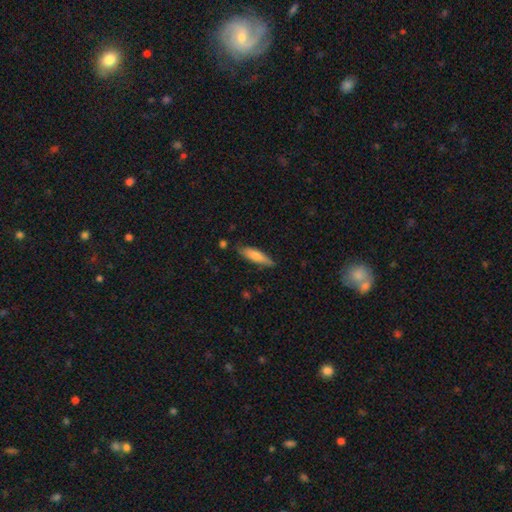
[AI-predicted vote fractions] A smooth galaxy with no disk features (75%) that is cigar-shaped (63%). Merging: none (76%).